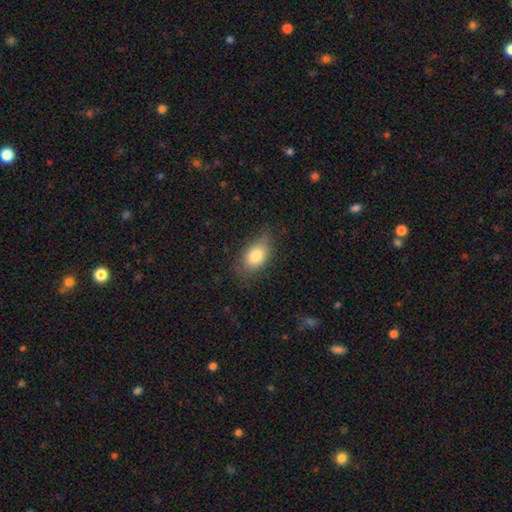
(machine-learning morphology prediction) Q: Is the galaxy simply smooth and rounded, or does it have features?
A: smooth — 82%.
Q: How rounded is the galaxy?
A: in between — 86%.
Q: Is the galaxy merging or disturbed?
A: none — 72%.